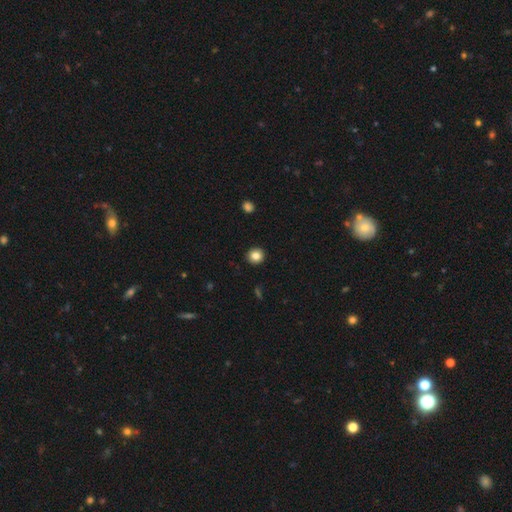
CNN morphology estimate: This appears to be a smooth galaxy with no disk features (84%) that is round (90%). Merging: none (93%).